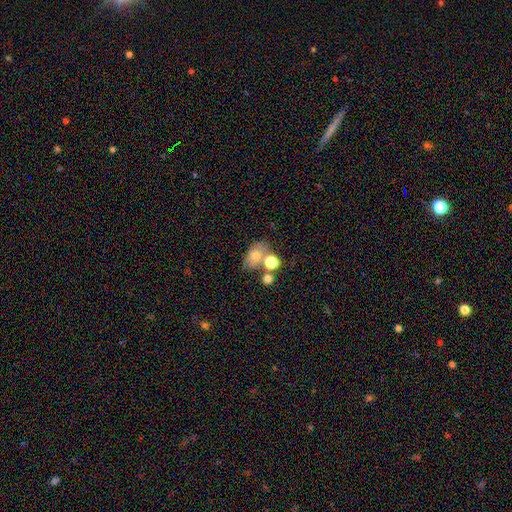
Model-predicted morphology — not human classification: Smooth or featured? smooth (70%)
How rounded? in between (75%)
Merging? none (48%)